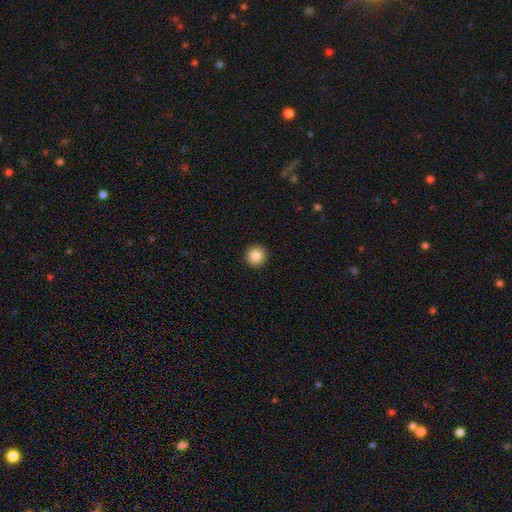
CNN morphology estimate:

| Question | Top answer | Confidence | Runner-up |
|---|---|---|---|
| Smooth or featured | smooth | 86% | star or artifact (9%) |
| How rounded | round | 95% | in between (5%) |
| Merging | none | 93% | minor disturbance (4%) |